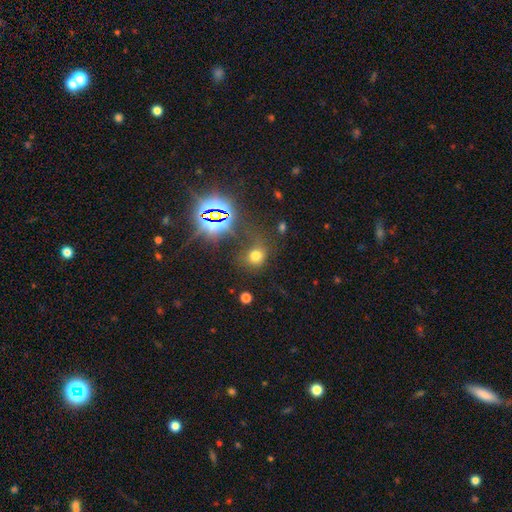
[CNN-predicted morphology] This is likely a smooth galaxy (61%). How rounded: likely round (76%). Merging: likely none (66%).